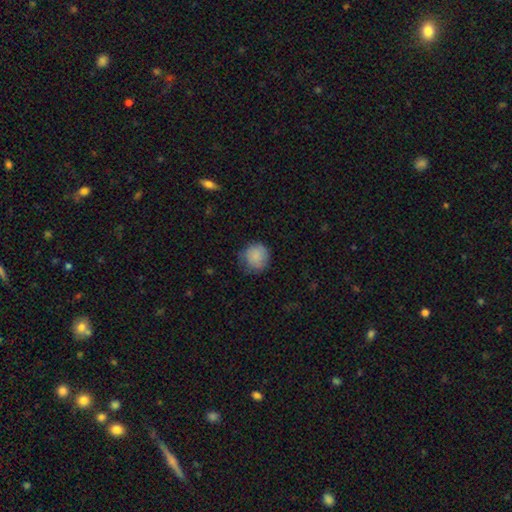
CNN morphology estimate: The model was most divided on "merging": none: 71%, minor disturbance: 23%, major disturbance: 6%, merger: 1%. More confident: how rounded — round (90%); smooth or featured — smooth (85%).